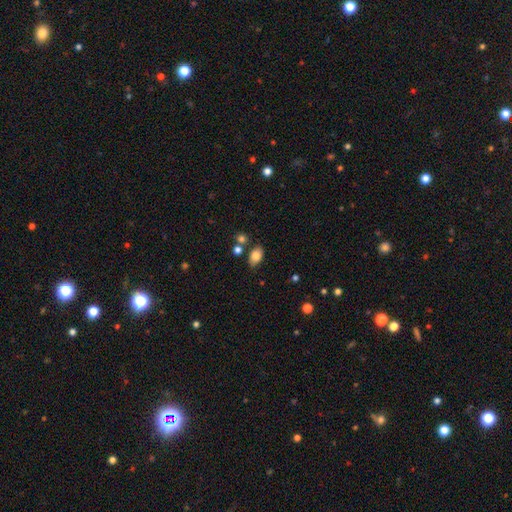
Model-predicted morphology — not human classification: A smooth galaxy with no disk features (82%) that is in between round and cigar-shaped (88%). Merging: none (73%).